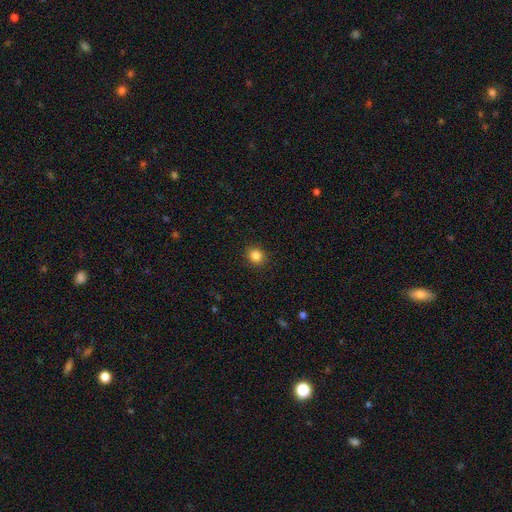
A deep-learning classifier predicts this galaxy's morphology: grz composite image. It shows a smooth galaxy with no disk features (85%) that is round (82%). Merging: none (91%).